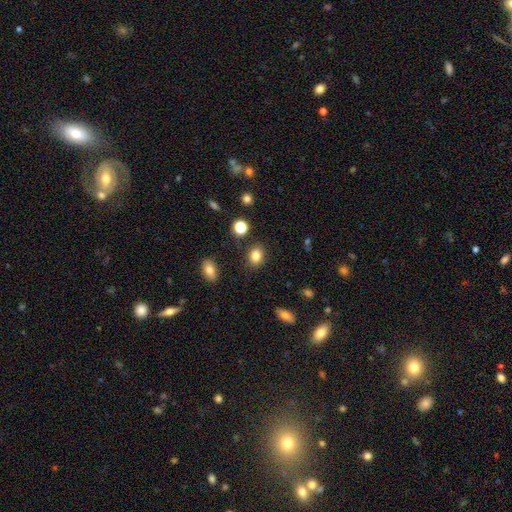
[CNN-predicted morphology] The model was most divided on "how rounded": in between: 58%, round: 41%, cigar-shaped: 1%. More confident: merging — none (85%); smooth or featured — smooth (83%).